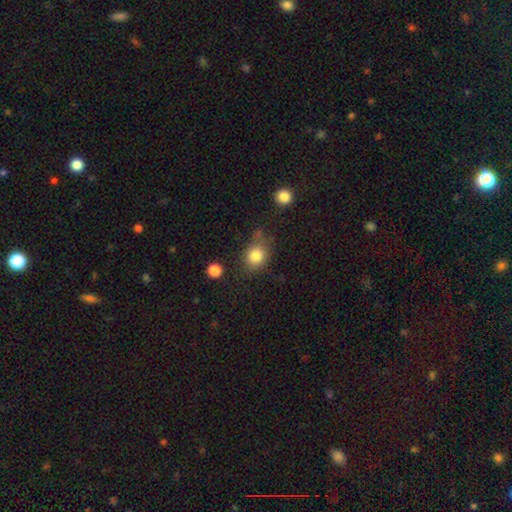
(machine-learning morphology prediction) type=smooth (82%); roundness=round (63%); merging=none (63%).